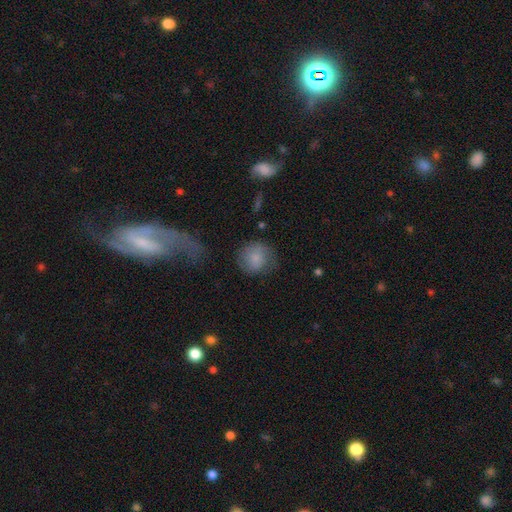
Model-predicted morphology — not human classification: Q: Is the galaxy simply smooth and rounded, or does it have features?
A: smooth — 77%.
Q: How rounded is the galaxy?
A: round — 85%.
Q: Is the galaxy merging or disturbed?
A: none — 67%.